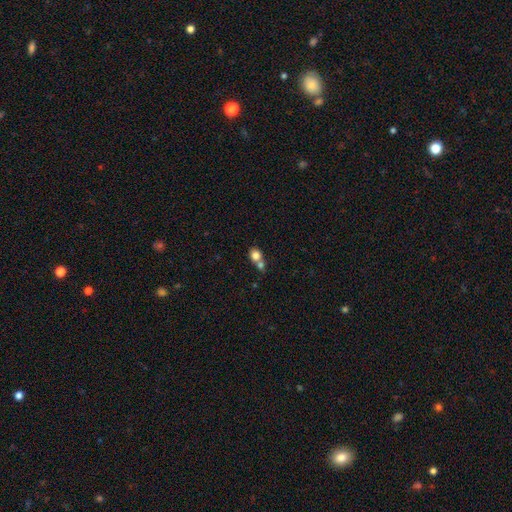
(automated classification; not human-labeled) Q: Smooth or featured?
A: smooth (79%); runner-up: featured or disk (11%)
Q: How rounded?
A: round (63%); runner-up: in between (36%)
Q: Merging?
A: merger (56%); runner-up: none (34%)